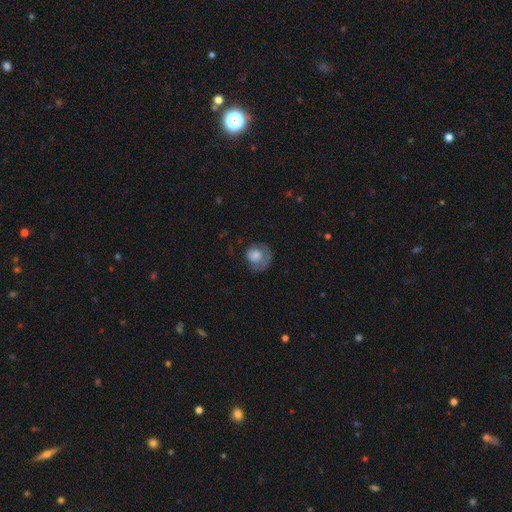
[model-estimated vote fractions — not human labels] A smooth galaxy with no disk features (65%) that is round (78%). Merging: none (48%).